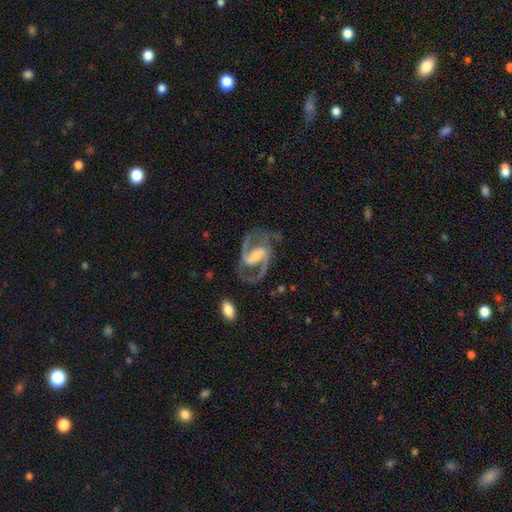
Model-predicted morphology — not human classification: Overall: featured or disk (93%). Edge-on disk: no (98%). Bar: weak (45%; strong 37%). Spiral arms: yes (98%). Spiral arm count: 2 (92%). Spiral winding: medium (66%). Bulge size: moderate (44%; small 41%). Merging: none (73%).